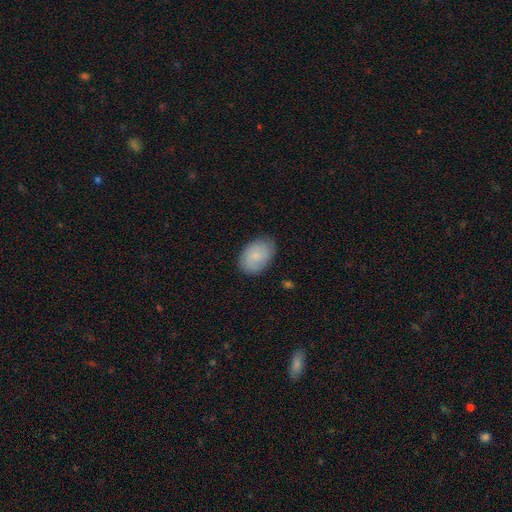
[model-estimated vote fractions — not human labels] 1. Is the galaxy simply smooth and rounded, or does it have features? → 80% smooth, 13% featured or disk, 7% star or artifact.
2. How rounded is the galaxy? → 84% in between, 15% round, 1% cigar-shaped.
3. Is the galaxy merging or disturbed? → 80% none, 16% minor disturbance, 3% major disturbance, 1% merger.